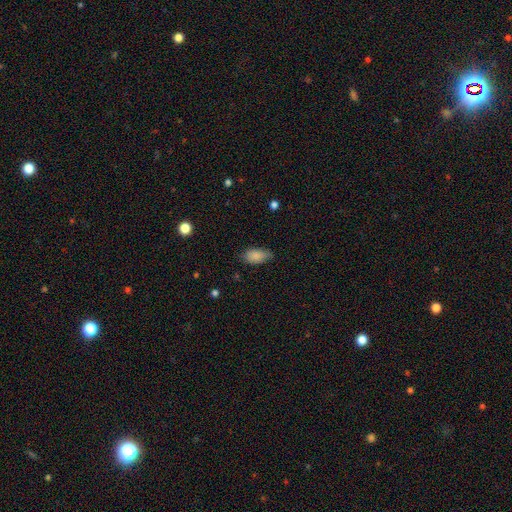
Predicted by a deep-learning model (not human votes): Smooth or featured? smooth (85%)
How rounded? in between (92%)
Merging? none (67%)